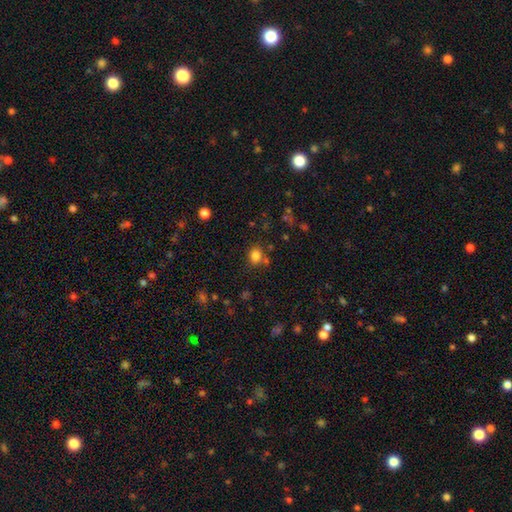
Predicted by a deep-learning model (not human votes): smooth-or-featured: smooth: 82% | star or artifact: 12% | featured or disk: 6%
  how-rounded: round: 57% | in between: 42% | cigar-shaped: 1%
  merging: none: 71% | minor disturbance: 13% | merger: 11% | major disturbance: 5%